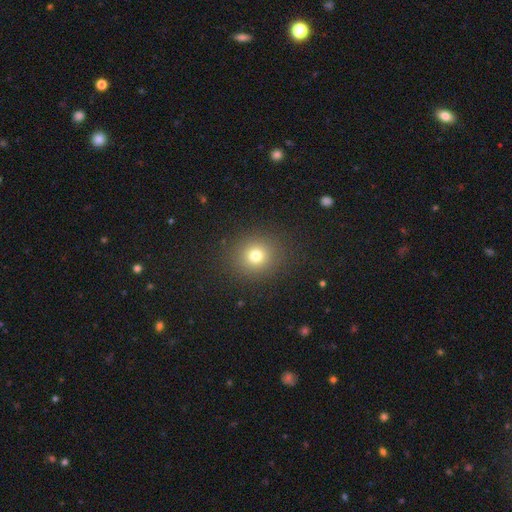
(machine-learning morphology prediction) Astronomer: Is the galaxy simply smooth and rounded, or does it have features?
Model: smooth — 75%.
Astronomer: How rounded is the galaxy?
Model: round — 86%.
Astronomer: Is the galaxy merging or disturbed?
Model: none — 89%.